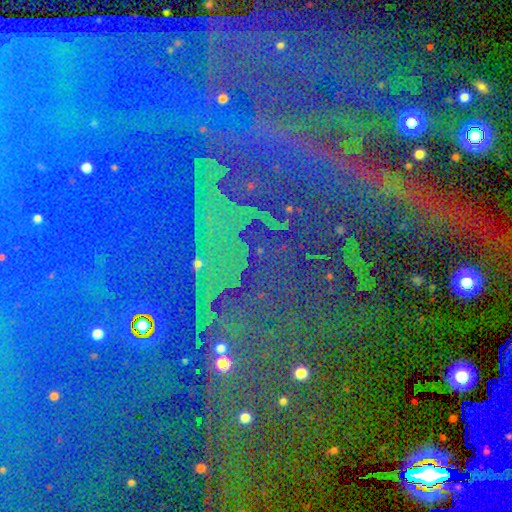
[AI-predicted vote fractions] This appears to be a star or artifact, not a galaxy (87%).